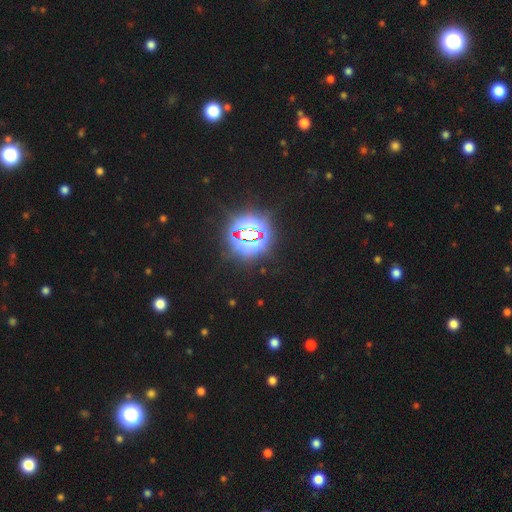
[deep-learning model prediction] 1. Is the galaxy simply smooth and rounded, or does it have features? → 84% star or artifact, 10% smooth, 6% featured or disk.